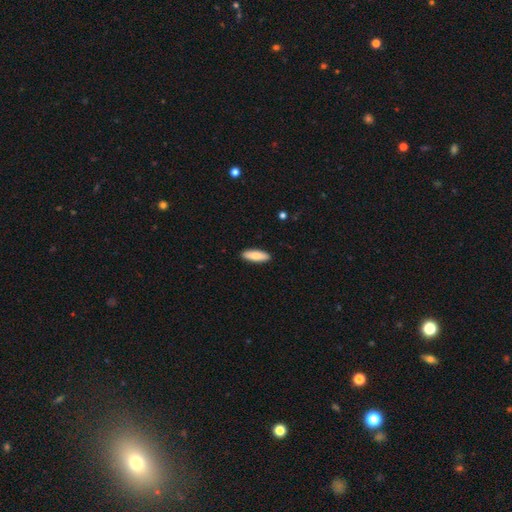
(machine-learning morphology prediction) Q: Smooth or featured?
A: smooth (82%); runner-up: featured or disk (13%)
Q: How rounded?
A: in between (53%); runner-up: cigar-shaped (45%)
Q: Merging?
A: none (91%); runner-up: minor disturbance (7%)